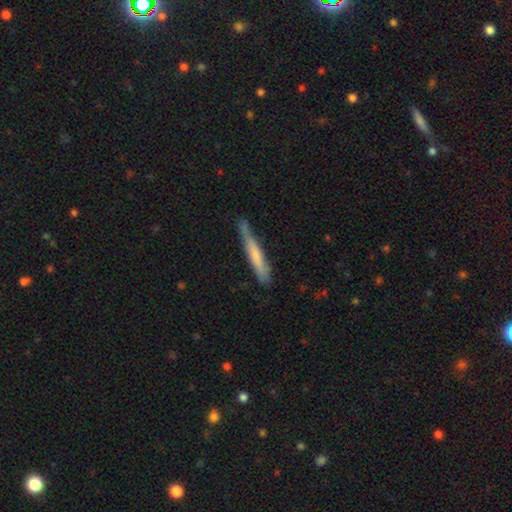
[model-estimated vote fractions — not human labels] smooth-or-featured: smooth: 62% | featured or disk: 32% | star or artifact: 6%
  how-rounded: cigar-shaped: 94% | in between: 5% | round: 1%
  merging: none: 65% | minor disturbance: 26% | major disturbance: 6% | merger: 3%